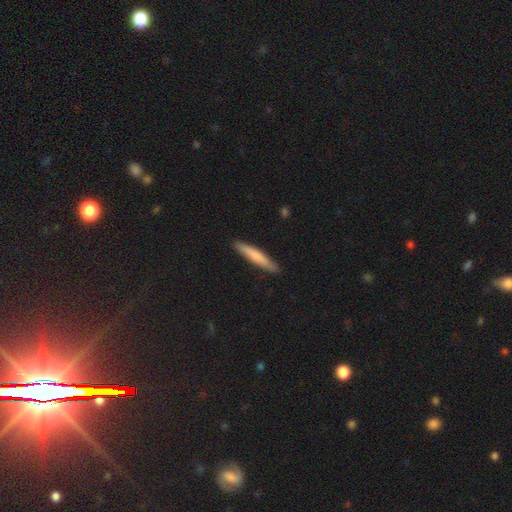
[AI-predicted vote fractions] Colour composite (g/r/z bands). It shows a smooth galaxy with no disk features (72%) that is cigar-shaped (94%). Merging: none (90%).